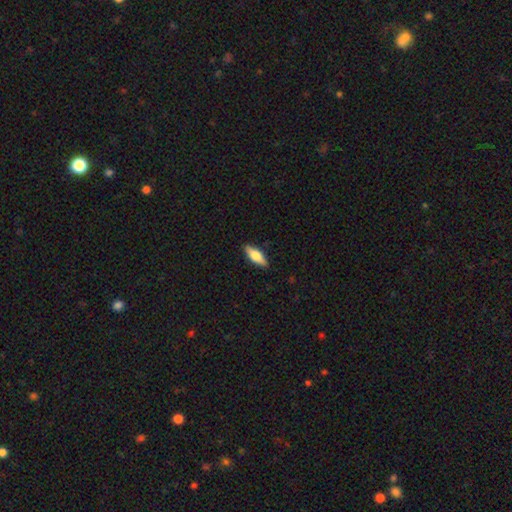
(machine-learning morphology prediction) The model was most divided on "smooth or featured": smooth: 57%, featured or disk: 37%, star or artifact: 6%. More confident: merging — none (89%); how rounded — in between (61%).